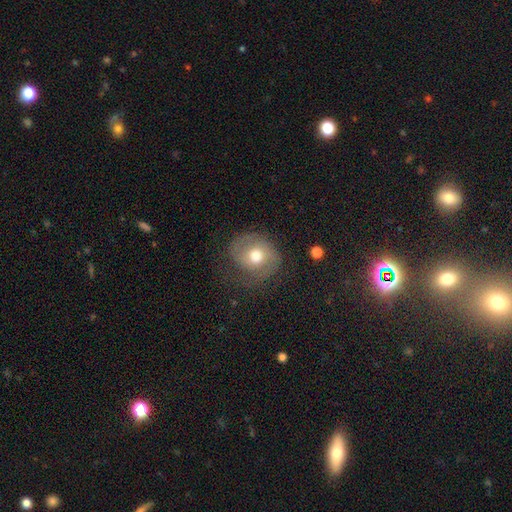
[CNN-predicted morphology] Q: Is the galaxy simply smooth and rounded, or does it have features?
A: smooth — 51%.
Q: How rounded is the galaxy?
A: round — 73%.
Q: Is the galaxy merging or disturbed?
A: none — 60%.